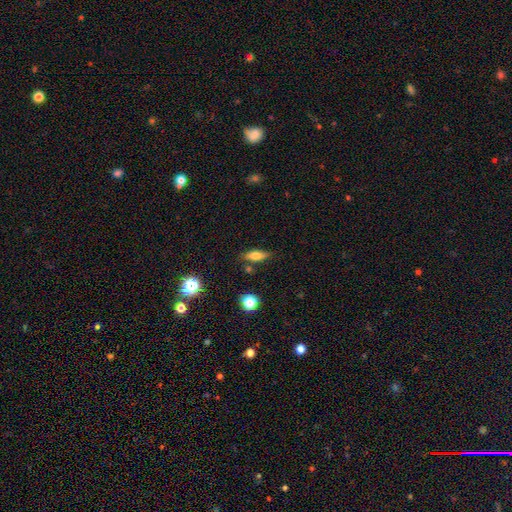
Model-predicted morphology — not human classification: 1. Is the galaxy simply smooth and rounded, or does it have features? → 63% smooth, 27% featured or disk, 10% star or artifact.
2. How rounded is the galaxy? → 61% in between, 33% cigar-shaped, 5% round.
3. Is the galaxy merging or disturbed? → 78% none, 14% minor disturbance, 5% merger, 3% major disturbance.